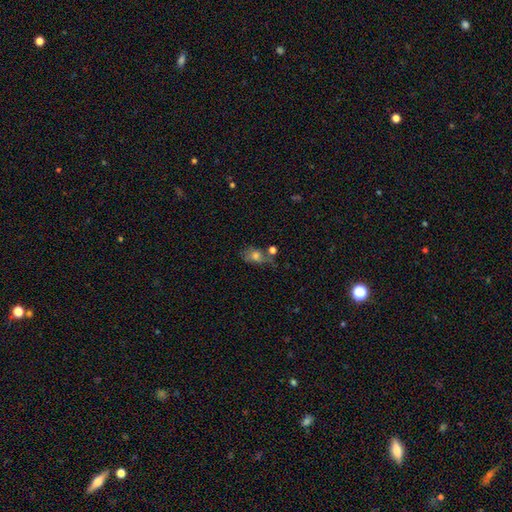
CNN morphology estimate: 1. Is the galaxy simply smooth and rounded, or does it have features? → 57% smooth, 26% featured or disk, 16% star or artifact.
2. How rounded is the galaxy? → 70% in between, 26% round, 4% cigar-shaped.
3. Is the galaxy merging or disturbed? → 38% none, 25% minor disturbance, 19% major disturbance, 19% merger.